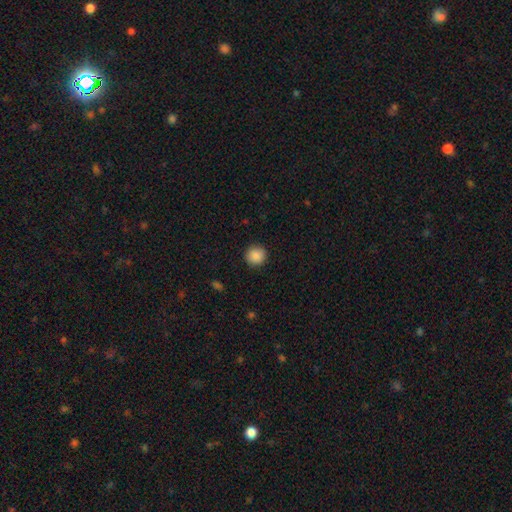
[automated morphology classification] smooth 88%, star or artifact 9%, featured or disk 3%. Down the decision tree: how rounded — round (94%); merging — none (92%).